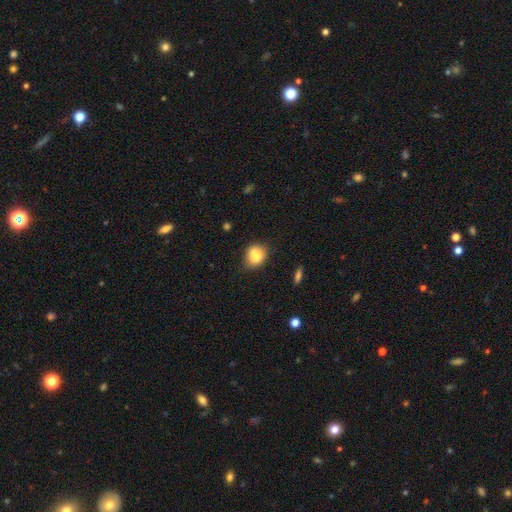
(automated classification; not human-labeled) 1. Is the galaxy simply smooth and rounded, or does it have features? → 73% smooth, 18% featured or disk, 9% star or artifact.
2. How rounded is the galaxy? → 60% round, 39% in between, 1% cigar-shaped.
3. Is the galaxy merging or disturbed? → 46% none, 32% merger, 17% minor disturbance, 5% major disturbance.